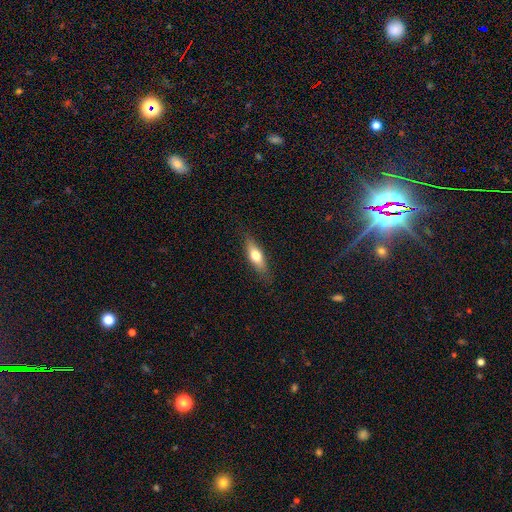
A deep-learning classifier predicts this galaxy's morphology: smooth 65%, featured or disk 29%, star or artifact 6%. Down the decision tree: how rounded — in between (54%); merging — none (83%).